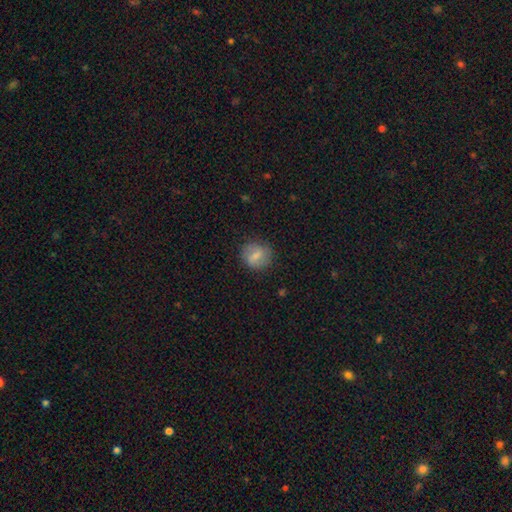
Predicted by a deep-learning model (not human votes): smooth-or-featured: smooth: 70% | featured or disk: 22% | star or artifact: 8%
  how-rounded: round: 75% | in between: 24% | cigar-shaped: 2%
  merging: none: 80% | minor disturbance: 14% | major disturbance: 5% | merger: 1%